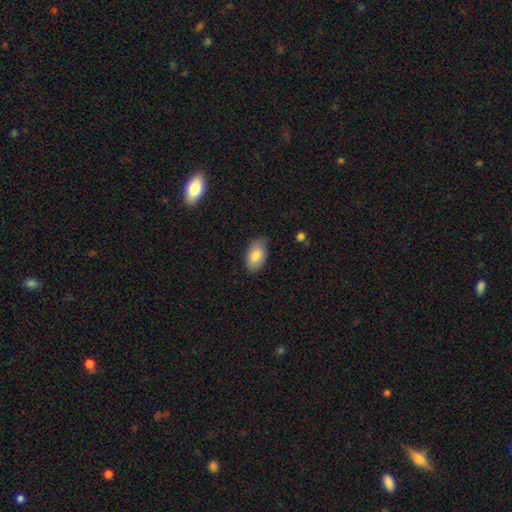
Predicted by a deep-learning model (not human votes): Morphology: type=smooth (81%); roundness=in between (93%); merging=none (74%).